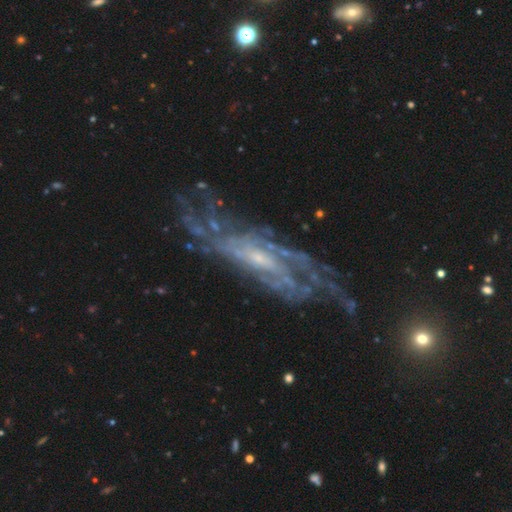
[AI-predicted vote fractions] Overall: featured or disk (86%). Edge-on disk: no (84%). Bar: no (43%; weak 41%). Spiral arms: yes (93%). Spiral arm count: can't tell (46%; 2 14%). Spiral winding: tight (51%; medium 35%). Bulge size: small (66%). Merging: none (62%).